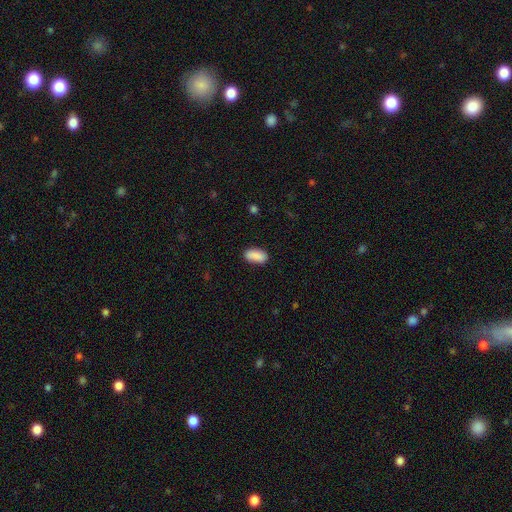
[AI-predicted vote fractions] The model was most divided on "merging": none: 86%, minor disturbance: 10%, major disturbance: 2%, merger: 1%. More confident: how rounded — in between (92%); smooth or featured — smooth (90%).